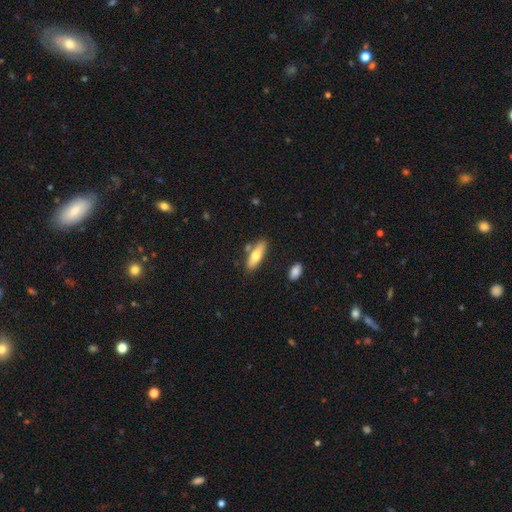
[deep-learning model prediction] A smooth galaxy with no disk features (64%) that is in between round and cigar-shaped (50%). Merging: none (77%).